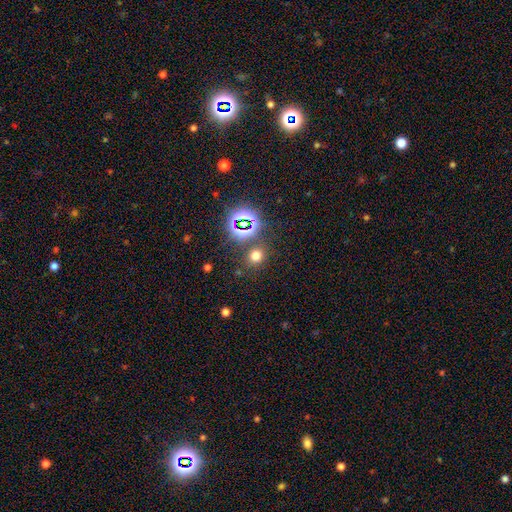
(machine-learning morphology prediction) type=smooth (64%); roundness=round (76%); merging=none (81%).